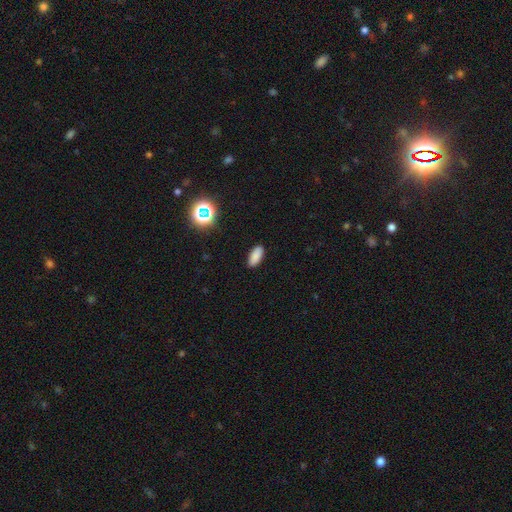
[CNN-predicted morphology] Smooth or featured? Predicted: smooth (p=0.84). How rounded? Predicted: in between (p=0.85). Merging? Predicted: none (p=0.89).